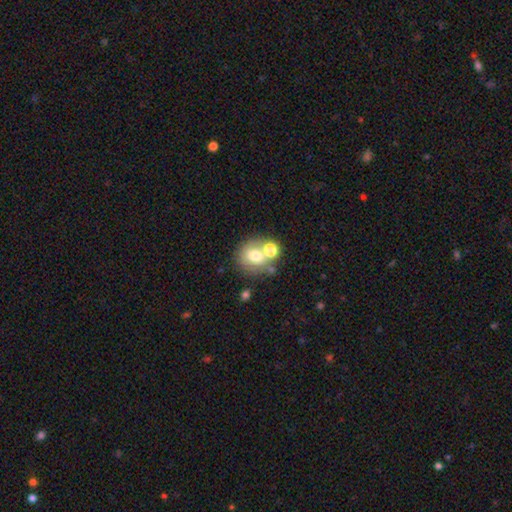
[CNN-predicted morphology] A smooth galaxy with no disk features (65%) that is round (72%).

Vote fractions:
- Smooth or featured? smooth: 65% / featured or disk: 23% / star or artifact: 12%
- How rounded? round: 72% / in between: 27% / cigar-shaped: 1%
- Merging? none: 49% / merger: 32% / minor disturbance: 12% / major disturbance: 6%